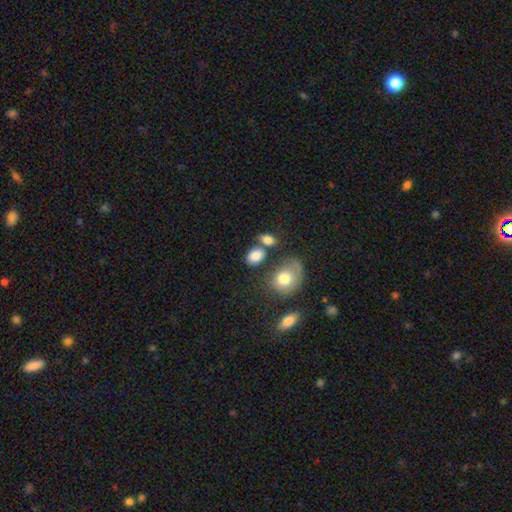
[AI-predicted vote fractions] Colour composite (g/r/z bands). It shows a smooth galaxy with no disk features (83%) that is in between round and cigar-shaped (70%). Merging: none (55%).